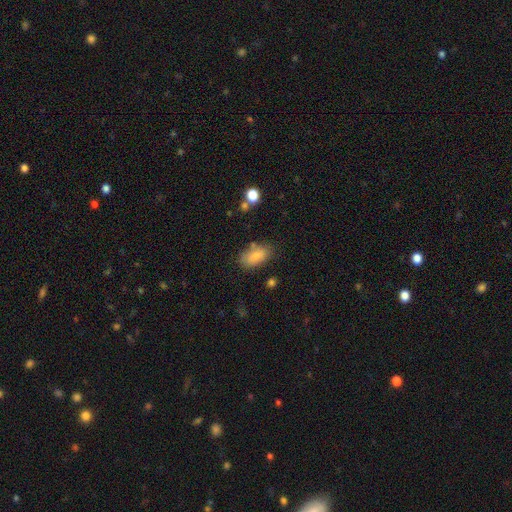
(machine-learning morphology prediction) smooth_or_featured: smooth (p=0.85) [alt: featured or disk p=0.08]
how_rounded: in between (p=0.91) [alt: cigar-shaped p=0.06]
merging: none (p=0.72) [alt: minor disturbance p=0.18]